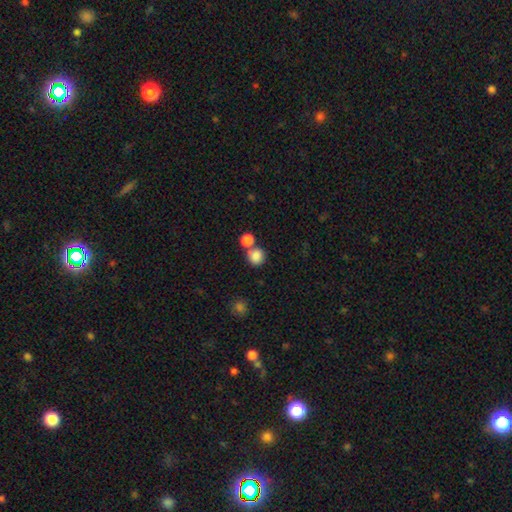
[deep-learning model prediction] smooth 84%, star or artifact 10%, featured or disk 6%. Down the decision tree: how rounded — round (86%); merging — none (55%).